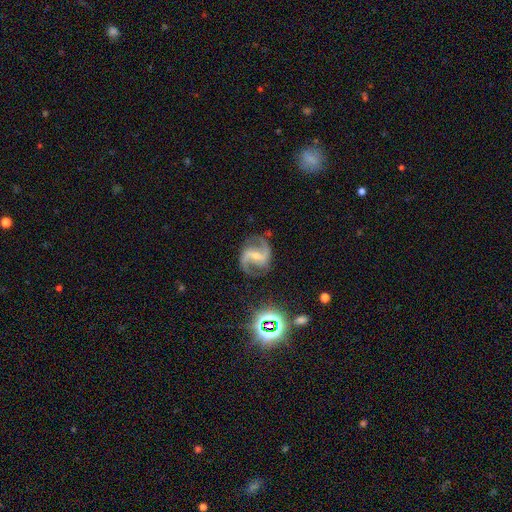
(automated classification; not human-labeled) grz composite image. It shows a featured or disk galaxy (90%) with a strong bar (42%), 2 (93%) medium (57%) spiral arms (98%) and a small central bulge (56%). Merging: none (80%).